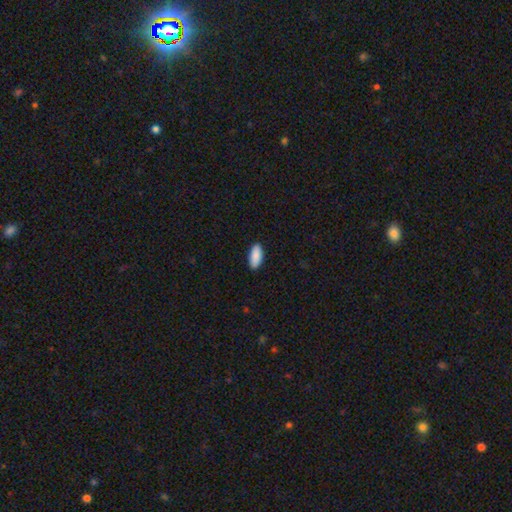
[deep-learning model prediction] Smooth or featured?
  - smooth: 90% *
  - star or artifact: 6%
  - featured or disk: 4%
How rounded?
  - in between: 89% *
  - cigar-shaped: 9%
  - round: 2%
Merging?
  - none: 90% *
  - minor disturbance: 7%
  - major disturbance: 2%
  - merger: 1%